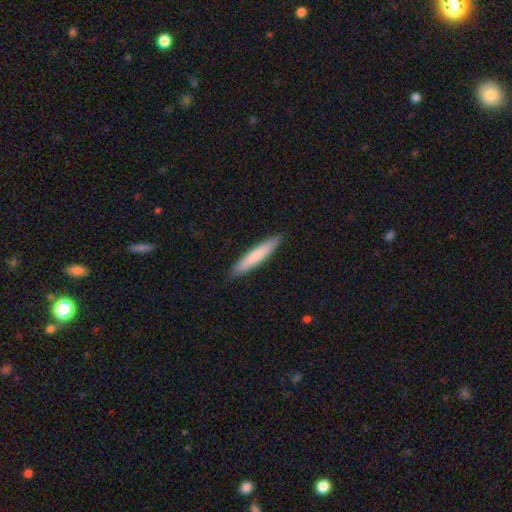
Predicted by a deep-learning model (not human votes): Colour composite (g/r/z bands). It shows a smooth galaxy with no disk features (79%) that is cigar-shaped (92%). Merging: none (91%).